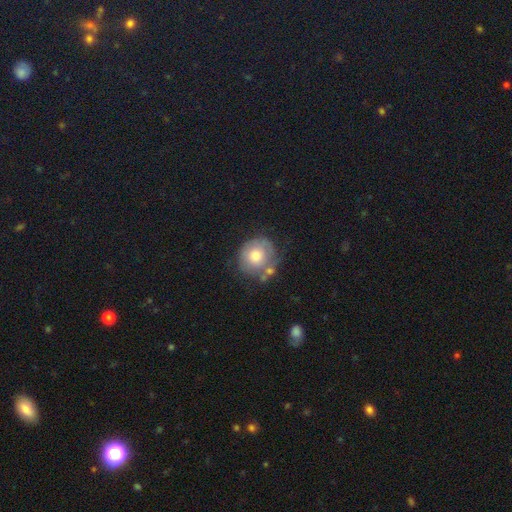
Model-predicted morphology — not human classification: Overall: smooth (62%; featured or disk 31%). How rounded: round (86%). Merging: none (55%; minor disturbance 23%).